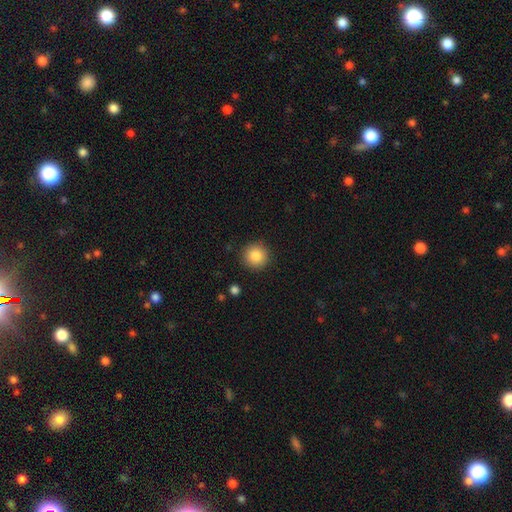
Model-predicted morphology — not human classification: Overall: smooth (86%). How rounded: round (95%). Merging: none (91%).